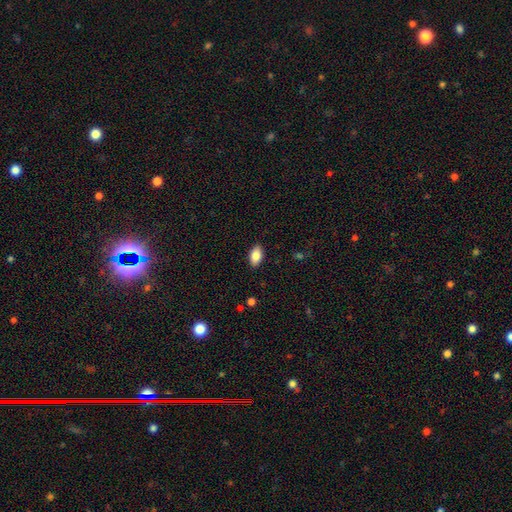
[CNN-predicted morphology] Smooth or featured? Predicted: smooth (p=0.85). How rounded? Predicted: in between (p=0.93). Merging? Predicted: none (p=0.89).